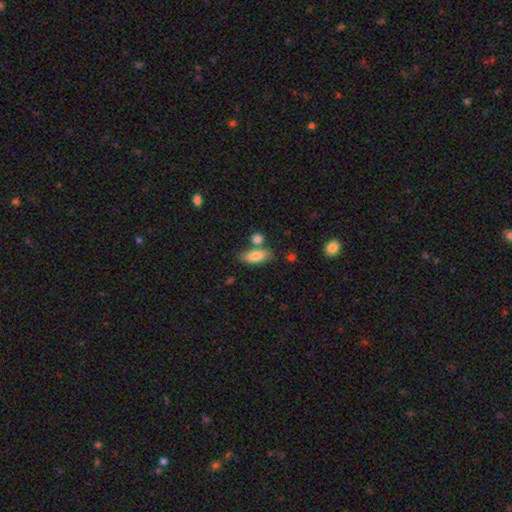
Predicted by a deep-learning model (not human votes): Q: Smooth or featured?
A: smooth (80%); runner-up: featured or disk (13%)
Q: How rounded?
A: in between (79%); runner-up: cigar-shaped (18%)
Q: Merging?
A: none (67%); runner-up: merger (16%)